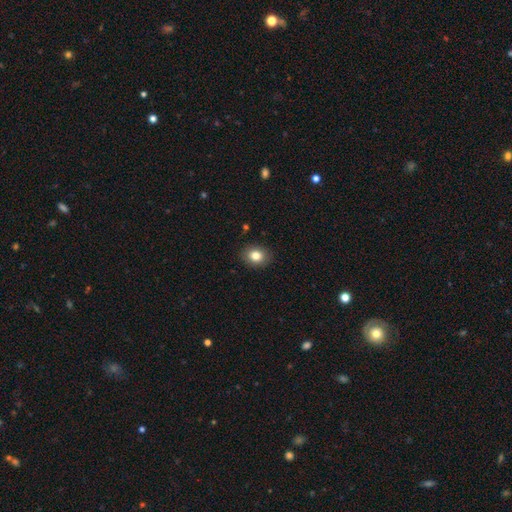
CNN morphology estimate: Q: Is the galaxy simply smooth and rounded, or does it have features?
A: smooth — 82%.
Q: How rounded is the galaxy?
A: in between — 50%.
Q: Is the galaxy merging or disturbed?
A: none — 88%.